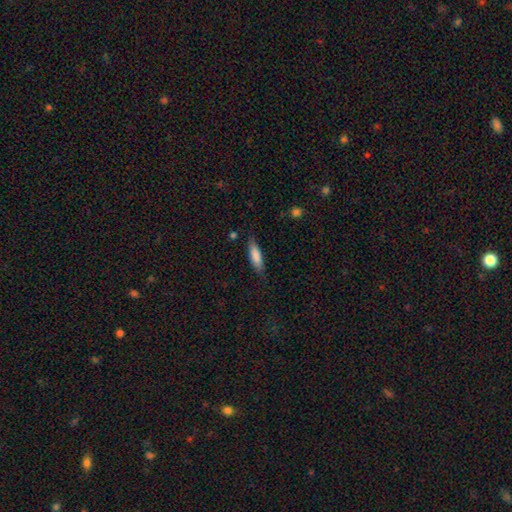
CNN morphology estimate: This appears to be a smooth galaxy with no disk features (80%) that is cigar-shaped (58%). Merging: none (78%).